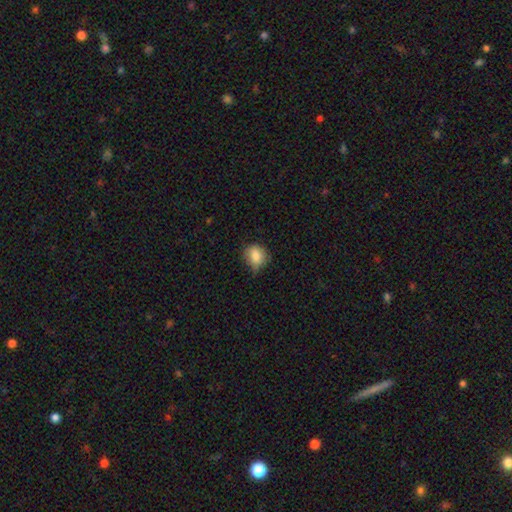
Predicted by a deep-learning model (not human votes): A smooth galaxy with no disk features (82%) that is round (68%). Merging: none (59%).